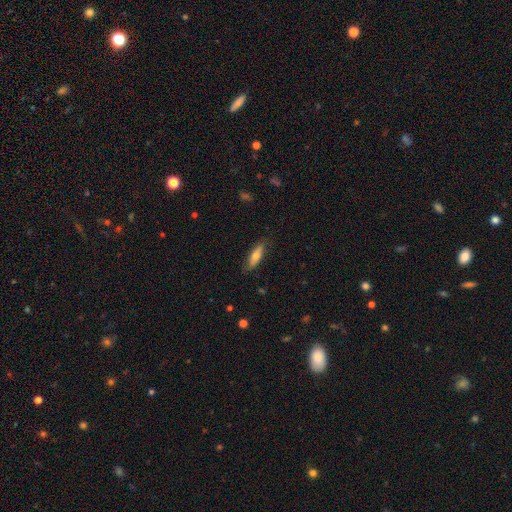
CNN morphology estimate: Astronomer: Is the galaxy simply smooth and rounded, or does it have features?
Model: smooth — 60%.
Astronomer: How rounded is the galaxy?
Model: cigar-shaped — 57% (runner-up: in between, 41%).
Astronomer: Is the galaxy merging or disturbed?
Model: none — 81%.